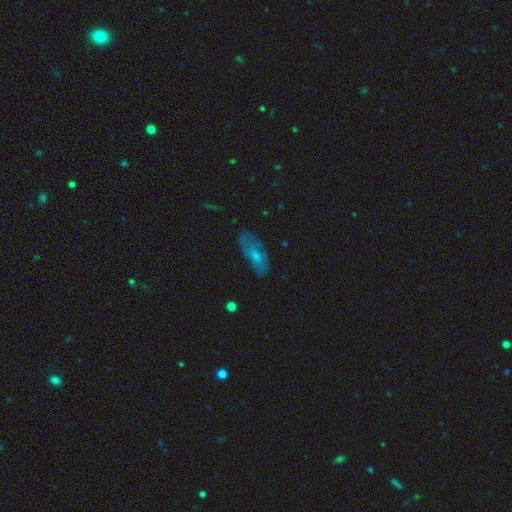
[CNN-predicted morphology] The model was most divided on "smooth or featured": smooth: 45%, featured or disk: 41%, star or artifact: 14%. More confident: merging — none (68%).